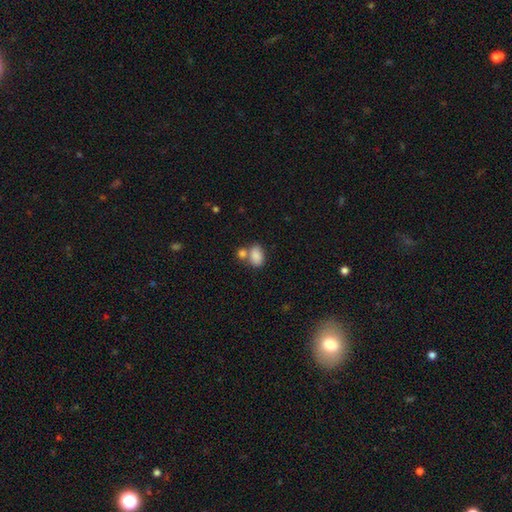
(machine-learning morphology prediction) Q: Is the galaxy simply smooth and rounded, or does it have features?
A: smooth — 85%.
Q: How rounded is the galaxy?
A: in between — 85%.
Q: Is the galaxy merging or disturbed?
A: none — 46%.